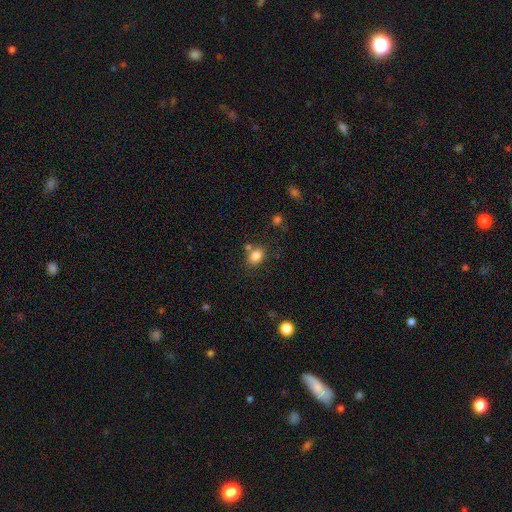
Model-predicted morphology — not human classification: smooth_or_featured: smooth (p=0.83) [alt: star or artifact p=0.10]
how_rounded: in between (p=0.68) [alt: round p=0.31]
merging: none (p=0.67) [alt: merger p=0.16]